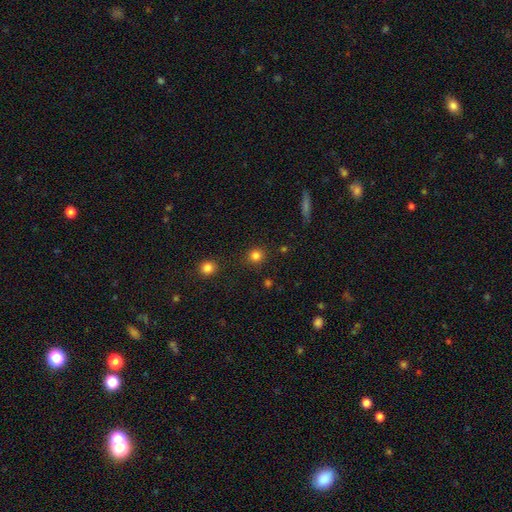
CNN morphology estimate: Smooth or featured? Predicted: smooth (p=0.83). How rounded? Predicted: round (p=0.91). Merging? Predicted: none (p=0.88).